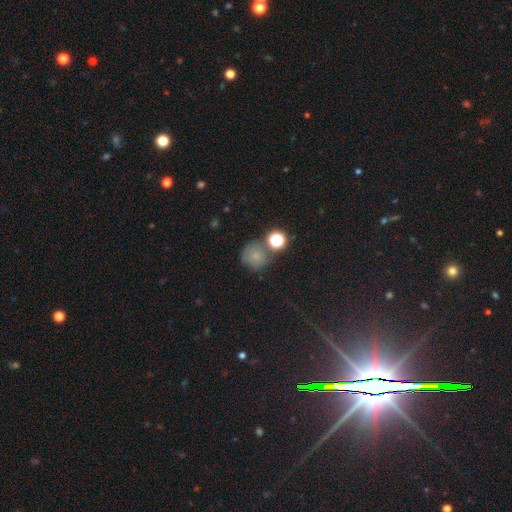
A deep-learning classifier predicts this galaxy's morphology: smooth-or-featured: smooth: 73% | star or artifact: 17% | featured or disk: 10%
  how-rounded: round: 90% | in between: 9% | cigar-shaped: 1%
  merging: none: 62% | merger: 19% | minor disturbance: 13% | major disturbance: 6%